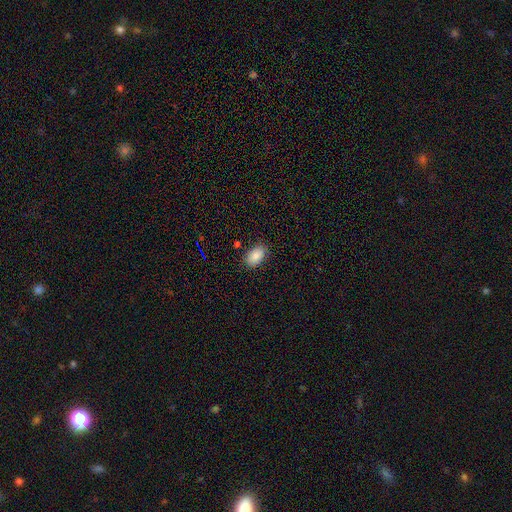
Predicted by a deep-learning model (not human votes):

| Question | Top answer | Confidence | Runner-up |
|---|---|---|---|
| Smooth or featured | smooth | 86% | star or artifact (8%) |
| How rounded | in between | 91% | round (7%) |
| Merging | none | 84% | minor disturbance (12%) |